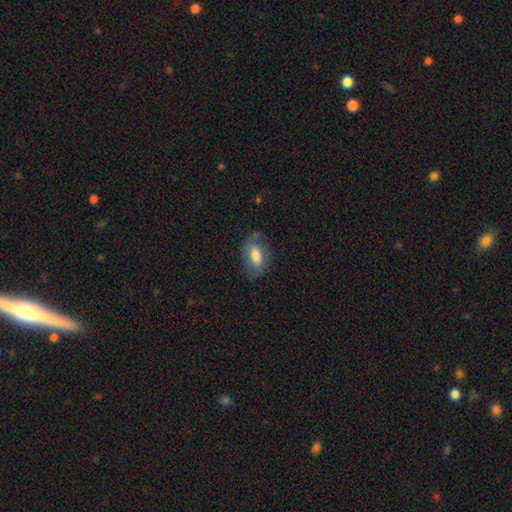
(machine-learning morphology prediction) Overall: smooth (71%). How rounded: in between (89%). Merging: none (71%).